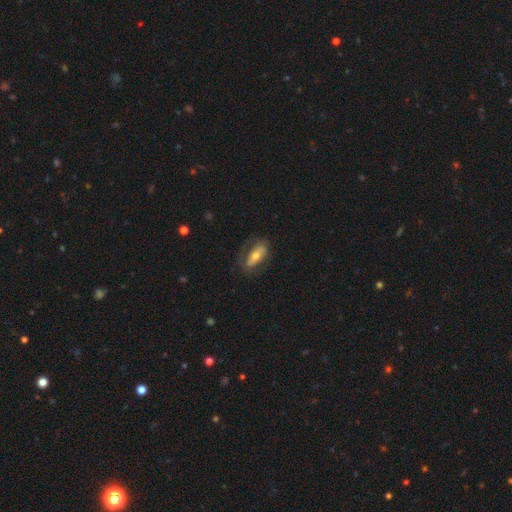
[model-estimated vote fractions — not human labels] This appears to be a smooth galaxy with no disk features (50%). Merging: none (69%).